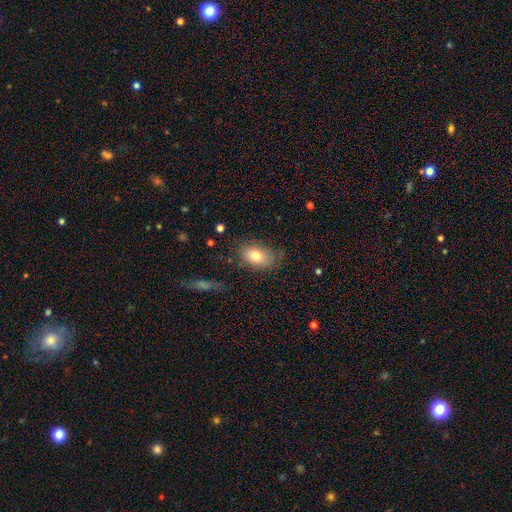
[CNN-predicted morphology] A smooth galaxy with no disk features (78%) that is in between round and cigar-shaped (86%).

Vote fractions:
- Smooth or featured? smooth: 78% / featured or disk: 14% / star or artifact: 9%
- How rounded? in between: 86% / round: 13% / cigar-shaped: 2%
- Merging? none: 73% / minor disturbance: 19% / major disturbance: 6% / merger: 2%